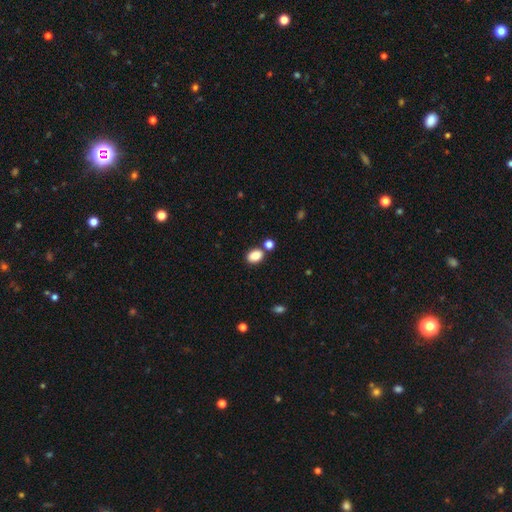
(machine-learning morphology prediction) smooth_or_featured: smooth (p=0.85) [alt: star or artifact p=0.10]
how_rounded: in between (p=0.72) [alt: round p=0.27]
merging: none (p=0.72) [alt: merger p=0.13]